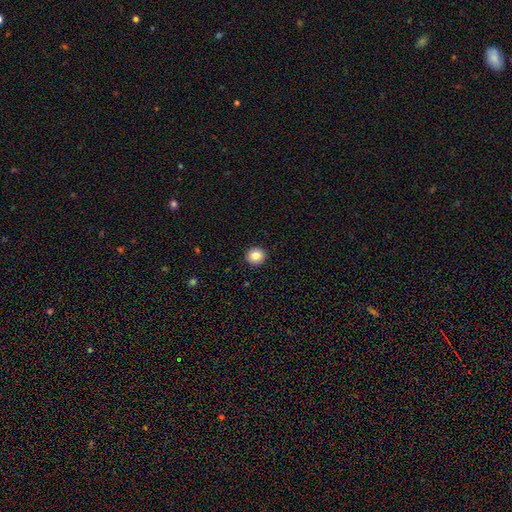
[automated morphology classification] Smooth or featured: smooth — 85% (star or artifact — 10%)
How rounded: round — 92% (in between — 7%)
Merging: none — 93% (minor disturbance — 5%)